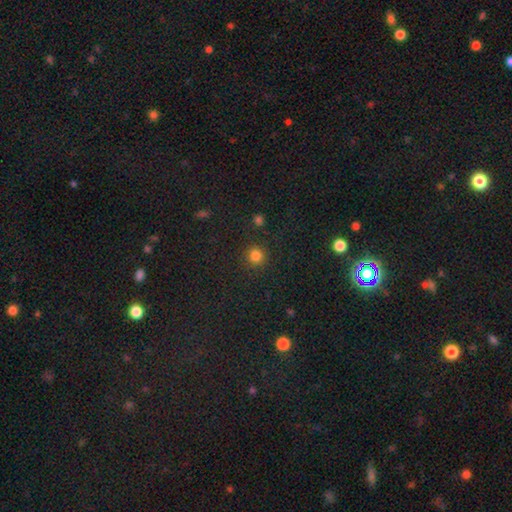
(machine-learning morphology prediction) smooth-or-featured: smooth: 82% | star or artifact: 14% | featured or disk: 4%
  how-rounded: round: 93% | in between: 6% | cigar-shaped: 1%
  merging: none: 88% | minor disturbance: 7% | major disturbance: 3% | merger: 2%